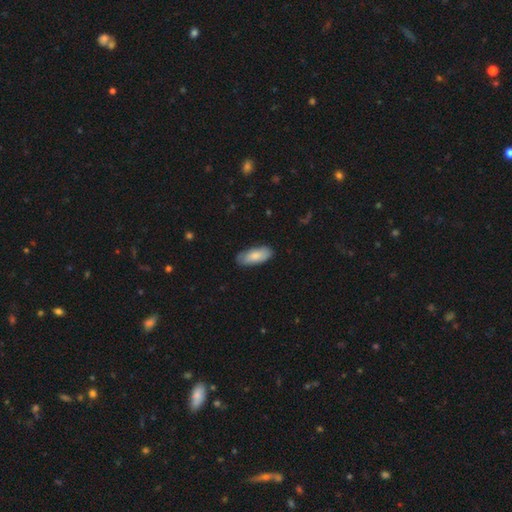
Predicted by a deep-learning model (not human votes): A smooth galaxy with no disk features (80%) that is in between round and cigar-shaped (84%).

Vote fractions:
- Smooth or featured? smooth: 80% / featured or disk: 15% / star or artifact: 5%
- How rounded? in between: 84% / cigar-shaped: 15% / round: 2%
- Merging? none: 83% / minor disturbance: 14% / major disturbance: 2% / merger: 1%